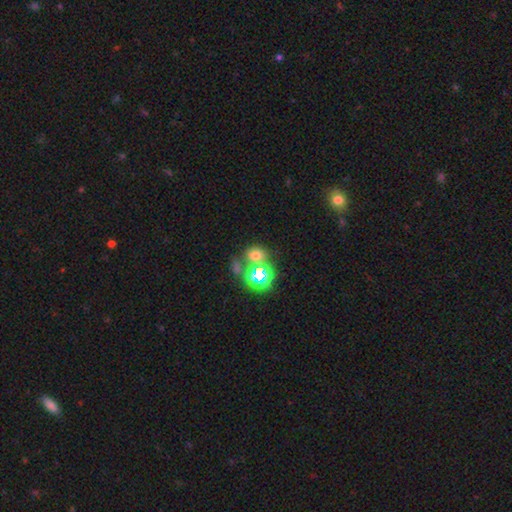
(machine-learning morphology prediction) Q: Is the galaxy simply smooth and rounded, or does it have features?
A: smooth — 57%.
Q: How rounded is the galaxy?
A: round — 54%.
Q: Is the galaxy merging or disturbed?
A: none — 57%.